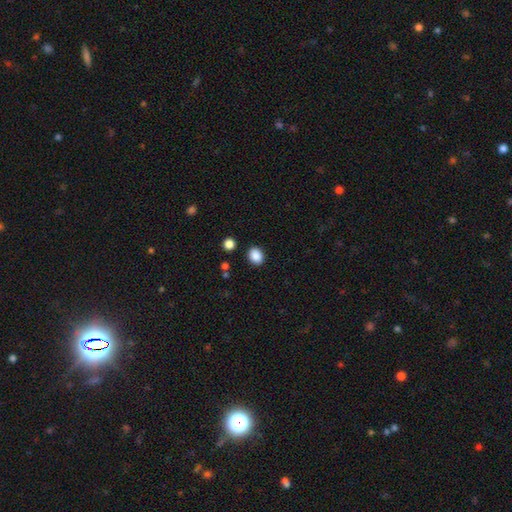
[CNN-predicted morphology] smooth-or-featured: smooth: 88% | star or artifact: 9% | featured or disk: 3%
  how-rounded: in between: 51% | round: 48% | cigar-shaped: 1%
  merging: none: 88% | minor disturbance: 8% | major disturbance: 2% | merger: 2%